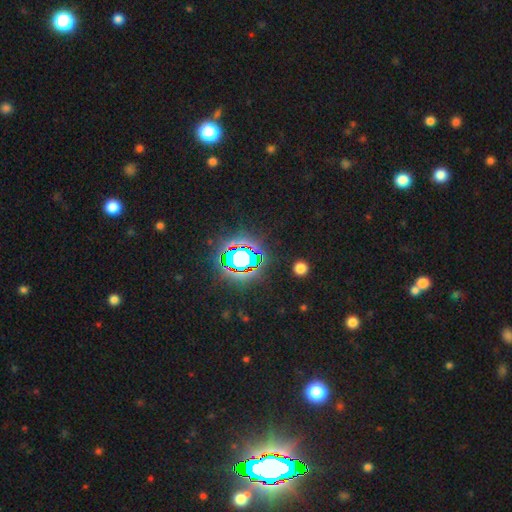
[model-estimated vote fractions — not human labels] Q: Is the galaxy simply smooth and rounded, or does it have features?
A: star or artifact — 84%.